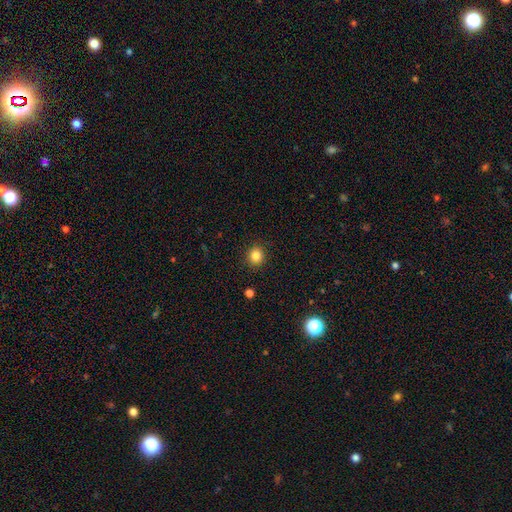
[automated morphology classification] A smooth galaxy with no disk features (84%) that is round (84%). Merging: none (90%).